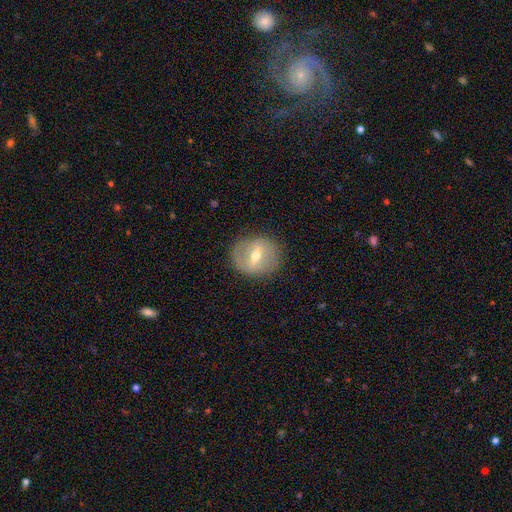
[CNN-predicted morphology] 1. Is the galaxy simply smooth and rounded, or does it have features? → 56% featured or disk, 36% smooth, 8% star or artifact.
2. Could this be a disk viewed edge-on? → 90% no, 10% yes.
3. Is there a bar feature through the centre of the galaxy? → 45% strong, 42% weak, 13% no.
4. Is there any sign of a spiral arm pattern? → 72% no, 28% yes.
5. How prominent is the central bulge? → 62% moderate, 33% small, 3% large, 1% none, 1% dominant.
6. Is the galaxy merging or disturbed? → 83% none, 12% minor disturbance, 5% major disturbance, 1% merger.